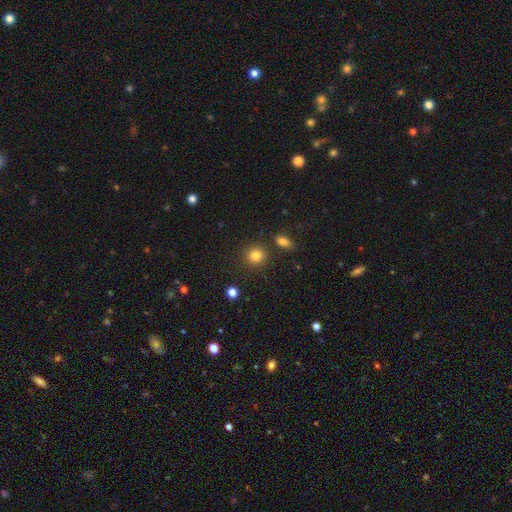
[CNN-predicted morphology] Overall: smooth (83%). How rounded: round (89%). Merging: none (85%).